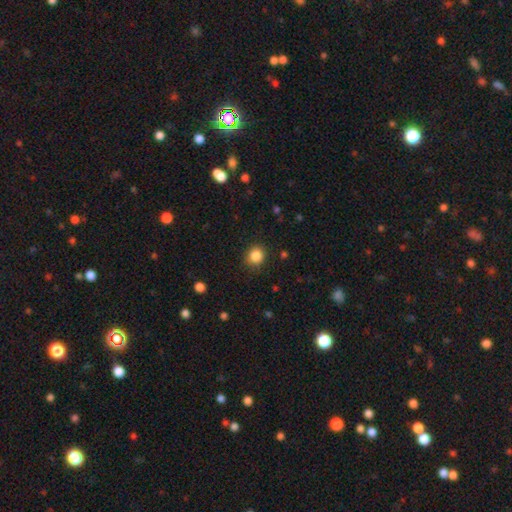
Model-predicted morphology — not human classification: Overall: smooth (86%). How rounded: round (79%). Merging: none (85%).